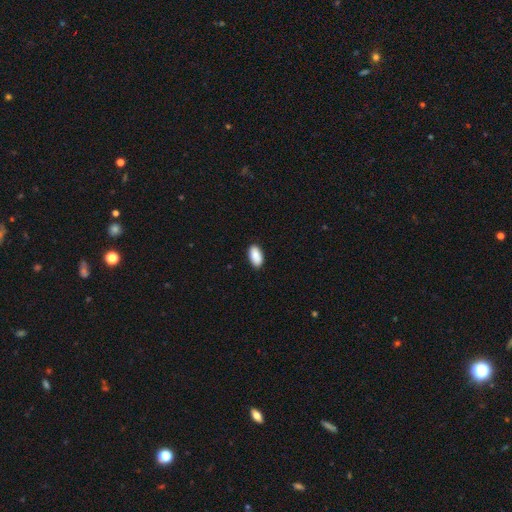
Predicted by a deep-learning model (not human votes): smooth 89%, star or artifact 6%, featured or disk 5%. Down the decision tree: how rounded — in between (94%); merging — none (89%).